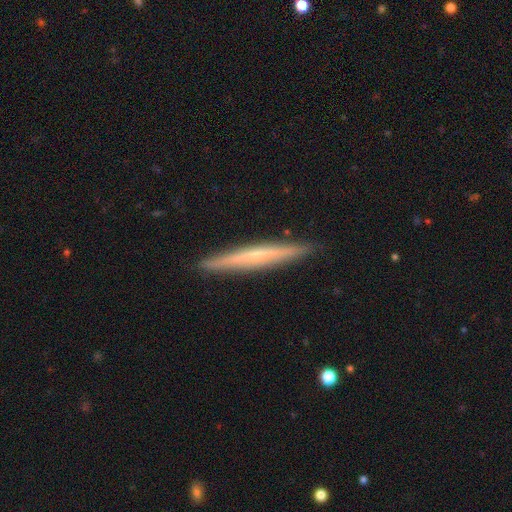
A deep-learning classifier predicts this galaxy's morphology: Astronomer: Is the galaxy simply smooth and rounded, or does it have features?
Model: featured or disk — 57% (runner-up: smooth, 36%).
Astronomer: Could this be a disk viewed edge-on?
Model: yes — 96%.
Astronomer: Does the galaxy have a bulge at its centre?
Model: none — 65%.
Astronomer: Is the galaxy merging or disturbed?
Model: none — 91%.